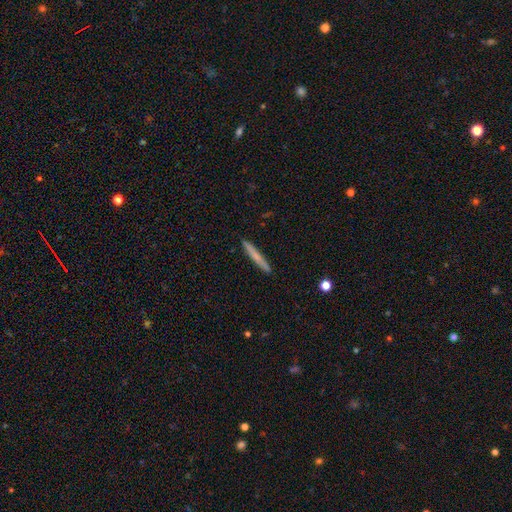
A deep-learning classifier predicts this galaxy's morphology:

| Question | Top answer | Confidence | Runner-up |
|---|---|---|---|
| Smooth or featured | smooth | 67% | featured or disk (27%) |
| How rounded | cigar-shaped | 96% | in between (2%) |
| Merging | none | 92% | minor disturbance (6%) |